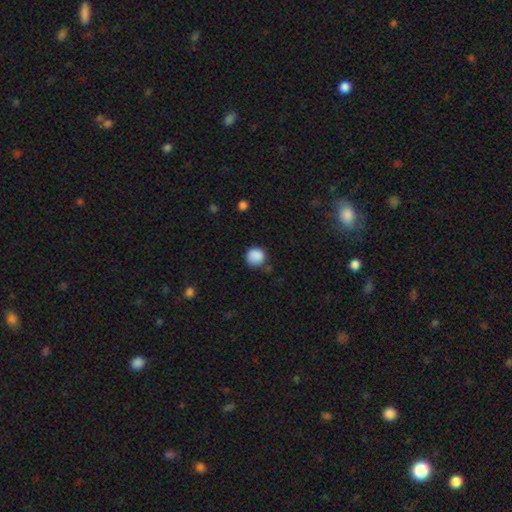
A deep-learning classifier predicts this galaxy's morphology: smooth 88%, star or artifact 9%, featured or disk 3%. Down the decision tree: how rounded — round (91%); merging — none (80%).